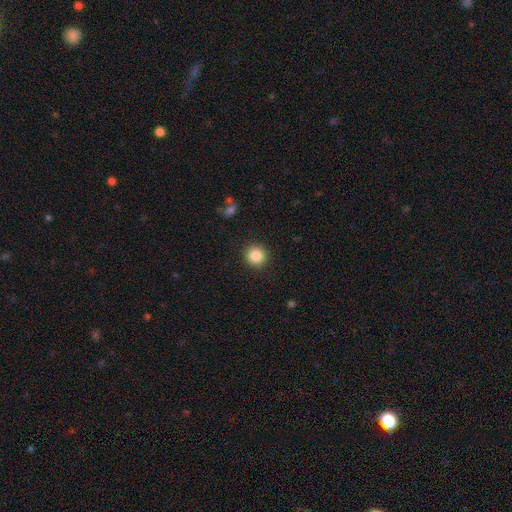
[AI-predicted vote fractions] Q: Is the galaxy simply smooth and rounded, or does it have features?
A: smooth — 86%.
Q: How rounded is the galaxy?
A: round — 93%.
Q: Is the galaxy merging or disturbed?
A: none — 91%.